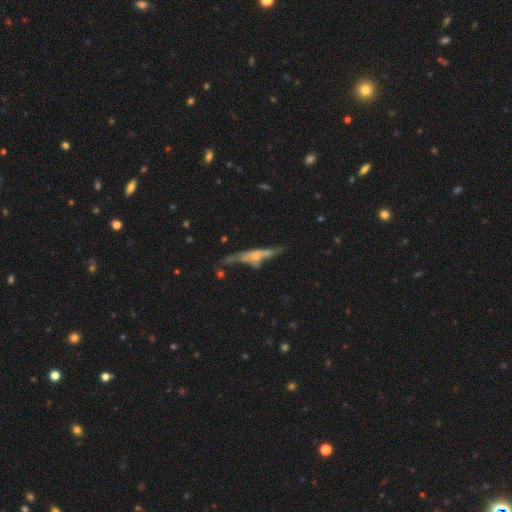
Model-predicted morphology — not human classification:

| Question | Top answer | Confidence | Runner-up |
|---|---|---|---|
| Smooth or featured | featured or disk | 60% | smooth (31%) |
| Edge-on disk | yes | 80% | no (20%) |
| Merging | none | 47% | minor disturbance (24%) |